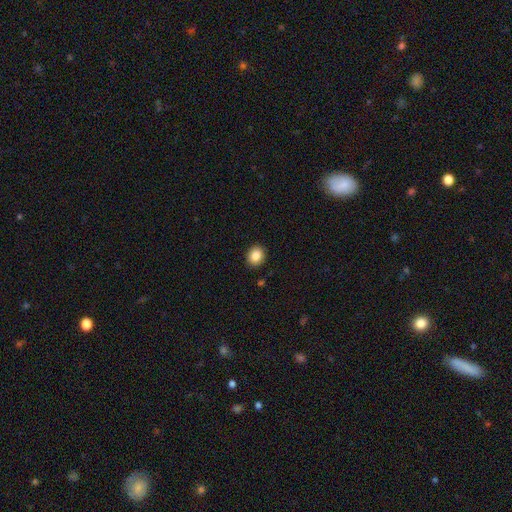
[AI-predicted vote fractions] Morphology: type=smooth (86%); roundness=round (74%); merging=none (91%).